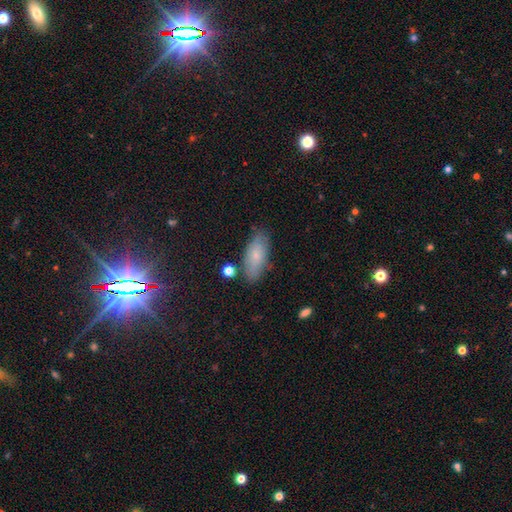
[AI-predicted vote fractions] Smooth or featured?
  - smooth: 74% *
  - featured or disk: 18%
  - star or artifact: 8%
How rounded?
  - in between: 83% *
  - cigar-shaped: 14%
  - round: 3%
Merging?
  - none: 77% *
  - minor disturbance: 16%
  - merger: 3%
  - major disturbance: 3%